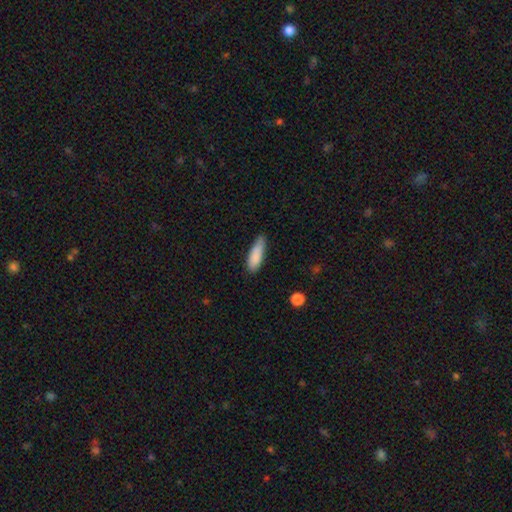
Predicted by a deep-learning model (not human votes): A smooth galaxy with no disk features (87%) that is cigar-shaped (50%). Merging: none (68%).